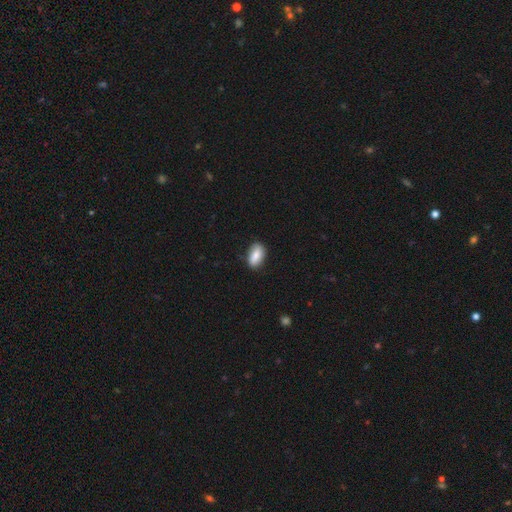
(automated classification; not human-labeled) This is clearly a smooth galaxy (82%). How rounded: clearly in between (90%). Merging: clearly none (80%).